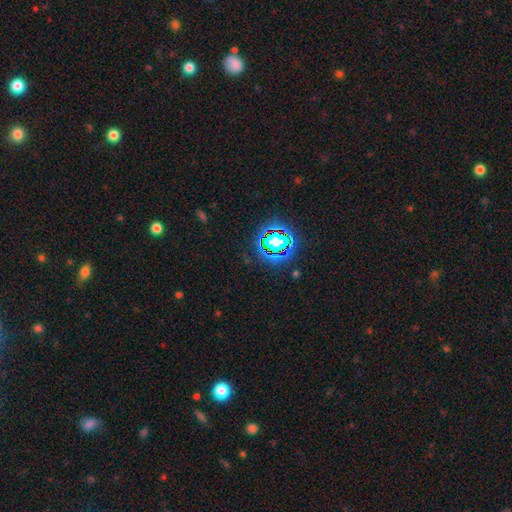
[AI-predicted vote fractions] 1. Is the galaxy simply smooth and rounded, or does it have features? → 78% star or artifact, 14% smooth, 8% featured or disk.